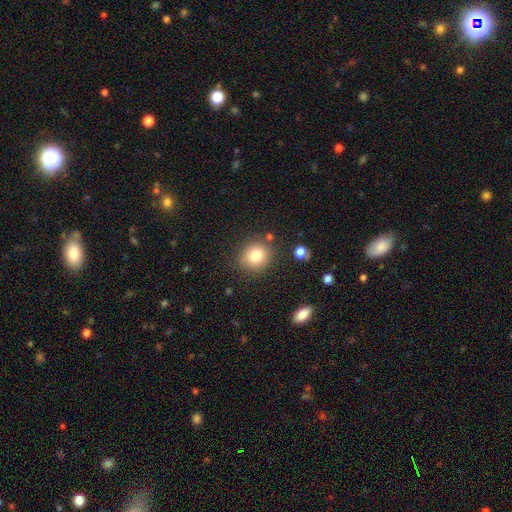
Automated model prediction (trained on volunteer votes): A smooth galaxy with no disk features (80%) that is round (82%).

Vote fractions:
- Smooth or featured? smooth: 80% / star or artifact: 11% / featured or disk: 9%
- How rounded? round: 82% / in between: 17% / cigar-shaped: 1%
- Merging? none: 82% / minor disturbance: 11% / merger: 4% / major disturbance: 3%